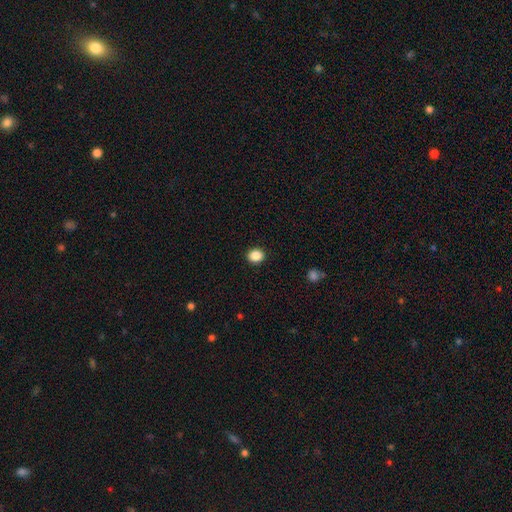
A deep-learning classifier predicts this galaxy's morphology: Q: Smooth or featured?
A: smooth (88%); runner-up: star or artifact (9%)
Q: How rounded?
A: round (71%); runner-up: in between (28%)
Q: Merging?
A: none (91%); runner-up: minor disturbance (6%)